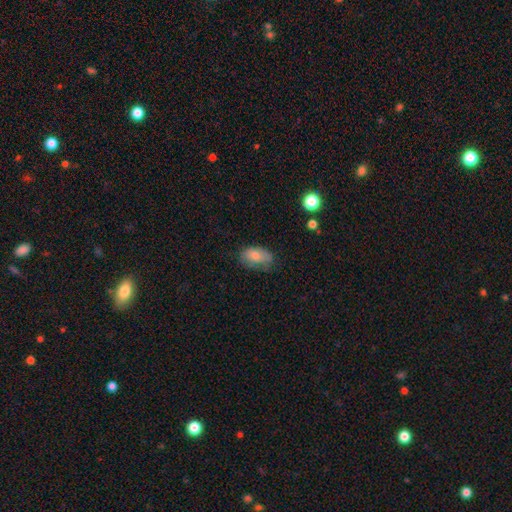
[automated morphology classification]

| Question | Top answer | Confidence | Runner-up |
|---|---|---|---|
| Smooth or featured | smooth | 80% | featured or disk (12%) |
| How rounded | in between | 91% | round (7%) |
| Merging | none | 56% | minor disturbance (32%) |